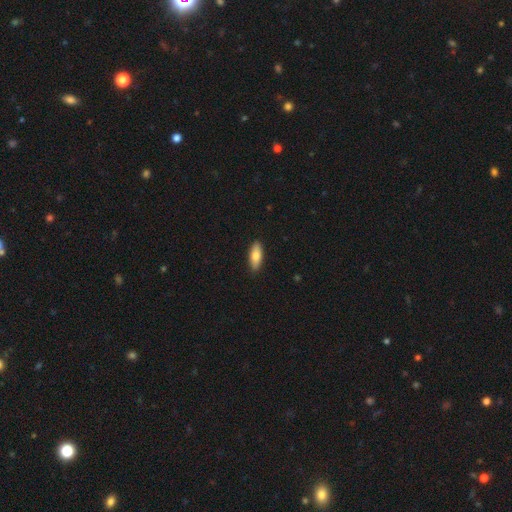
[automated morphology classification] This appears to be a smooth galaxy with no disk features (79%) that is in between round and cigar-shaped (70%). Merging: none (90%).